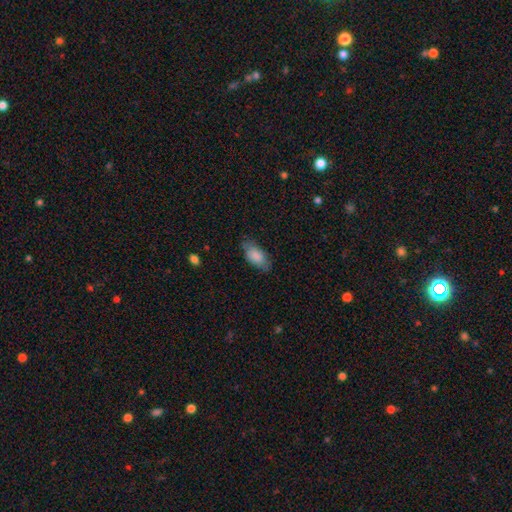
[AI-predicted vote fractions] Morphology: type=smooth (84%); roundness=in between (90%); merging=none (71%).